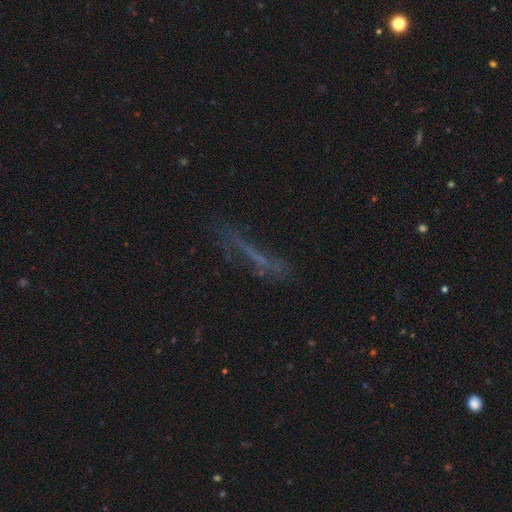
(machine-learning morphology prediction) Smooth or featured? featured or disk (40%)
Merging? none (54%)